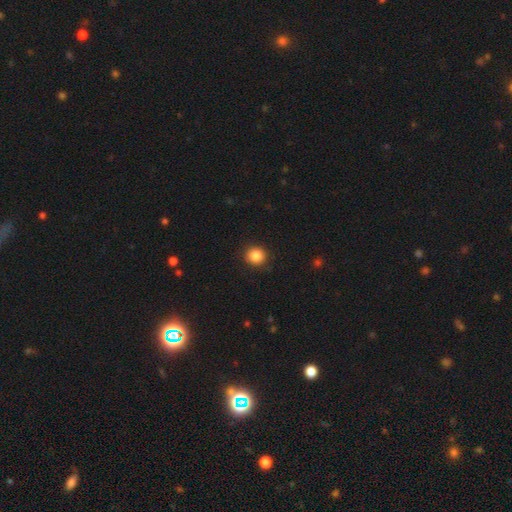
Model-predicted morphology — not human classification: A smooth galaxy with no disk features (86%) that is round (89%). Merging: none (91%).